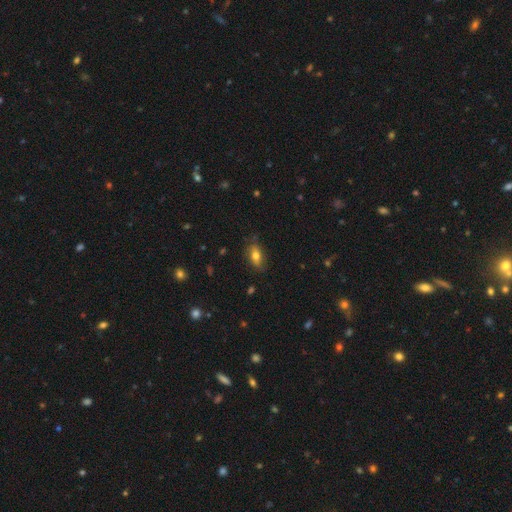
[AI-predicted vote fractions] The model was most divided on "merging": none: 75%, minor disturbance: 20%, major disturbance: 4%, merger: 1%. More confident: how rounded — in between (83%); smooth or featured — smooth (73%).